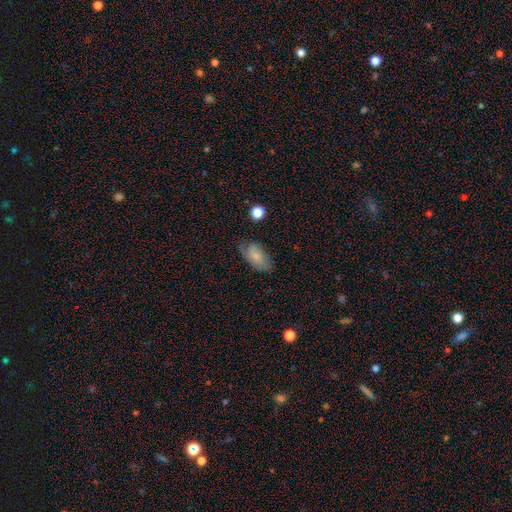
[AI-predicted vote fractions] A smooth galaxy with no disk features (71%) that is in between round and cigar-shaped (92%). Merging: none (58%).